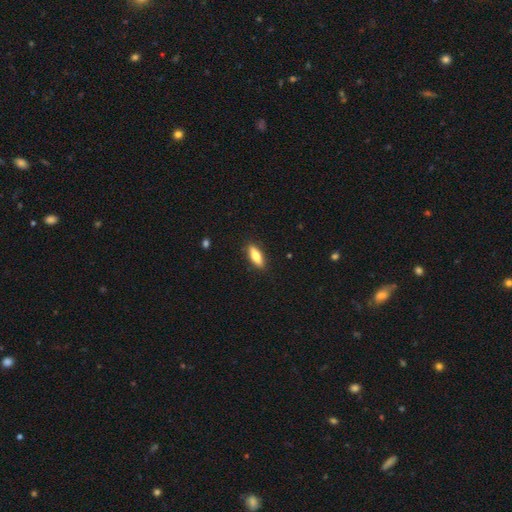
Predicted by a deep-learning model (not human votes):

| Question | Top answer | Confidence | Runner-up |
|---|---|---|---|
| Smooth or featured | smooth | 76% | featured or disk (18%) |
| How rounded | in between | 58% | cigar-shaped (39%) |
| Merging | none | 88% | minor disturbance (9%) |